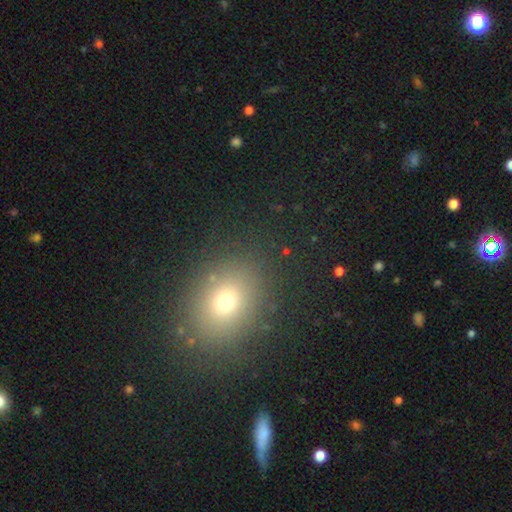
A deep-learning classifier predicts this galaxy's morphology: Smooth or featured: smooth — 63% (star or artifact — 26%)
How rounded: round — 54% (in between — 45%)
Merging: none — 88% (minor disturbance — 7%)